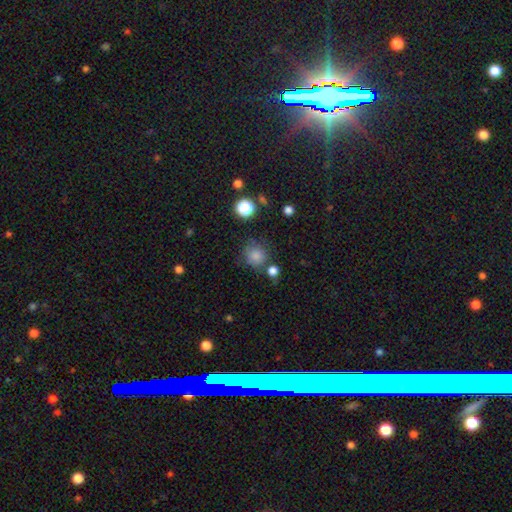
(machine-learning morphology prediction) This appears to be a smooth galaxy with no disk features (81%) that is round (89%). Merging: none (71%).